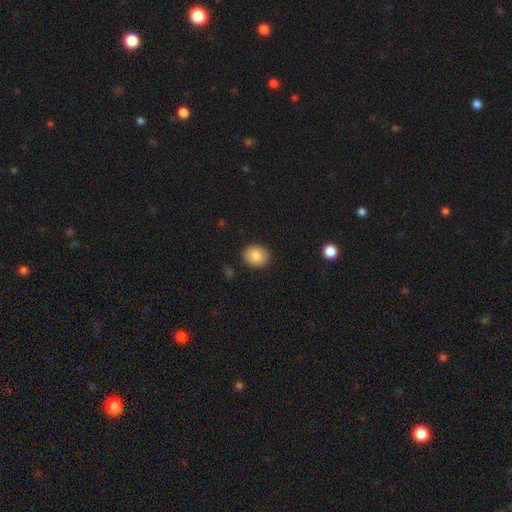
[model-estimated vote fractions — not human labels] smooth 85%, star or artifact 8%, featured or disk 7%. Down the decision tree: how rounded — round (60%); merging — none (89%).